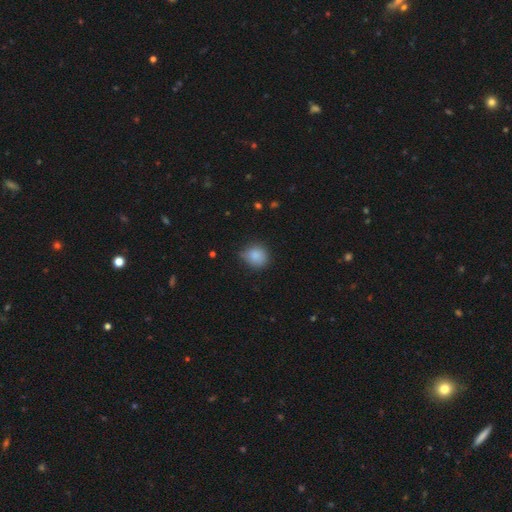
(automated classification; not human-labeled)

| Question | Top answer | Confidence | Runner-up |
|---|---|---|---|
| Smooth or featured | smooth | 85% | star or artifact (9%) |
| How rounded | round | 80% | in between (19%) |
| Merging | none | 66% | minor disturbance (28%) |